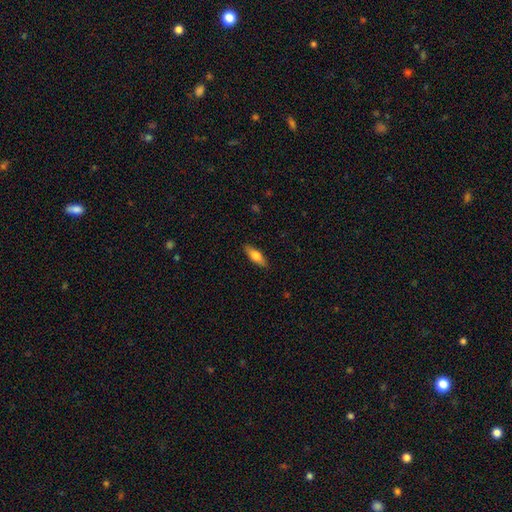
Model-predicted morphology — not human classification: A smooth galaxy with no disk features (70%) that is in between round and cigar-shaped (61%).

Vote fractions:
- Smooth or featured? smooth: 70% / featured or disk: 23% / star or artifact: 6%
- How rounded? in between: 61% / cigar-shaped: 36% / round: 2%
- Merging? none: 87% / minor disturbance: 9% / major disturbance: 2% / merger: 1%